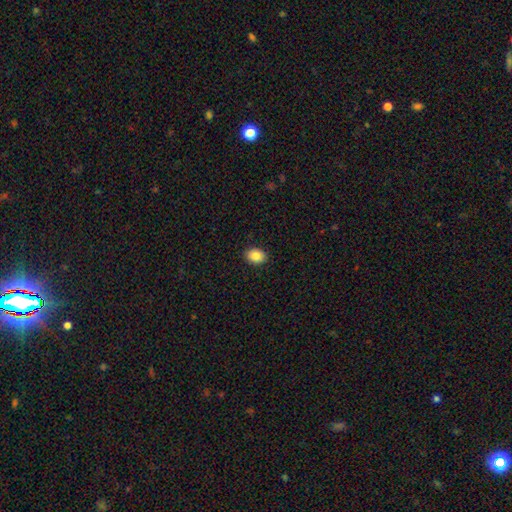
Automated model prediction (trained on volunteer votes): smooth_or_featured: smooth (p=0.87) [alt: star or artifact p=0.08]
how_rounded: in between (p=0.73) [alt: round p=0.26]
merging: none (p=0.90) [alt: minor disturbance p=0.07]